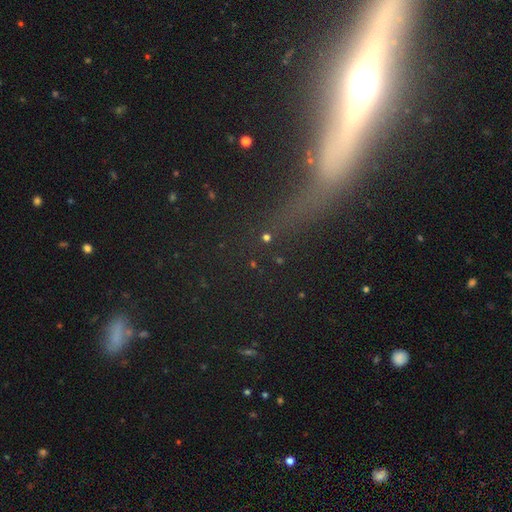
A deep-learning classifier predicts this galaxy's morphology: This appears to be a featured or disk galaxy (63%) viewed edge-on (74%). Merging: none (54%).